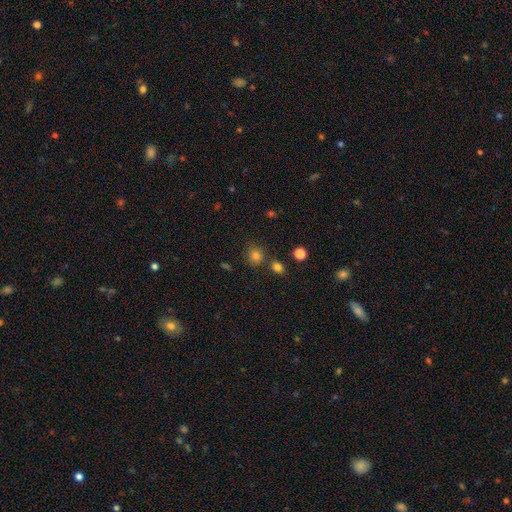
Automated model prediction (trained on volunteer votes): Smooth or featured?
  - smooth: 79% *
  - star or artifact: 15%
  - featured or disk: 6%
How rounded?
  - round: 82% *
  - in between: 17%
  - cigar-shaped: 1%
Merging?
  - none: 76% *
  - minor disturbance: 10%
  - merger: 10%
  - major disturbance: 4%